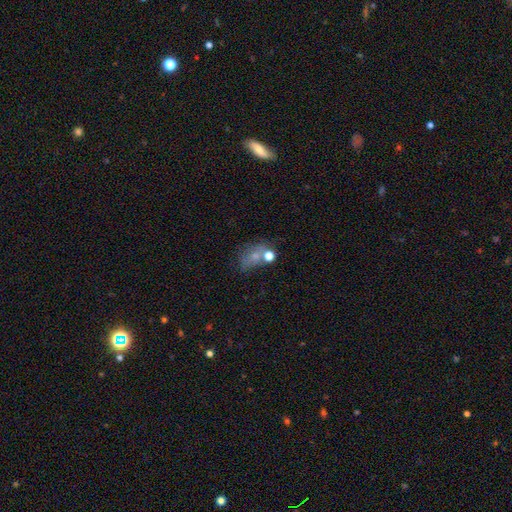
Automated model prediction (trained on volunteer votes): This is possibly a smooth galaxy (55%). How rounded: likely in between (67%). Merging: marginally none (39%).